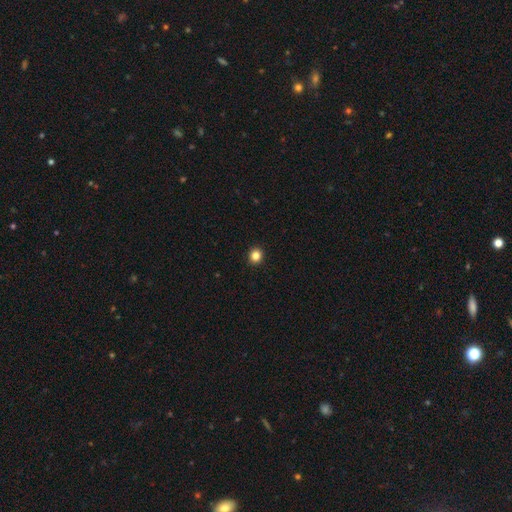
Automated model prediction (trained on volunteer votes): Smooth or featured?
  - smooth: 85% *
  - star or artifact: 11%
  - featured or disk: 4%
How rounded?
  - round: 87% *
  - in between: 12%
  - cigar-shaped: 1%
Merging?
  - none: 93% *
  - minor disturbance: 4%
  - major disturbance: 1%
  - merger: 1%